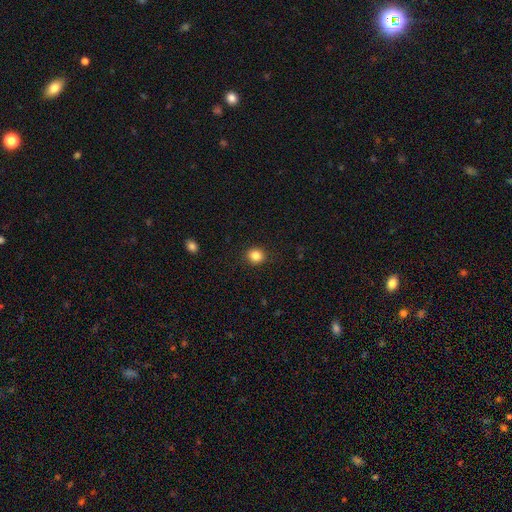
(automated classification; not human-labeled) This is clearly a smooth galaxy (85%). How rounded: clearly round (81%). Merging: clearly none (90%).